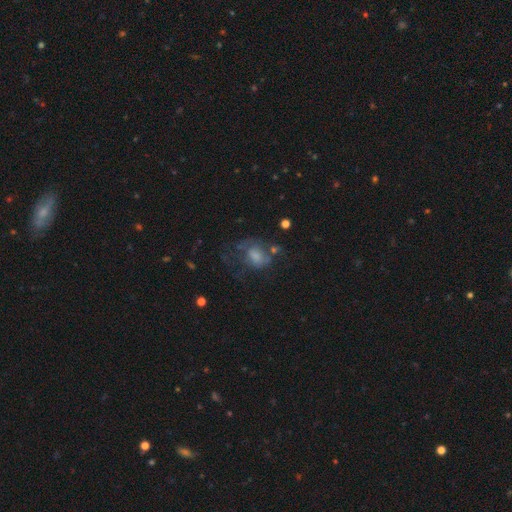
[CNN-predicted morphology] Smooth or featured? smooth (42%)
Merging? none (41%)